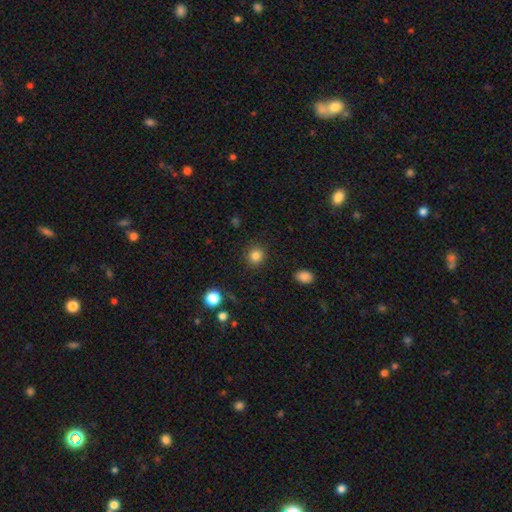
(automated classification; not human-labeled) smooth_or_featured: smooth (p=0.84) [alt: star or artifact p=0.11]
how_rounded: round (p=0.88) [alt: in between p=0.11]
merging: none (p=0.90) [alt: minor disturbance p=0.06]